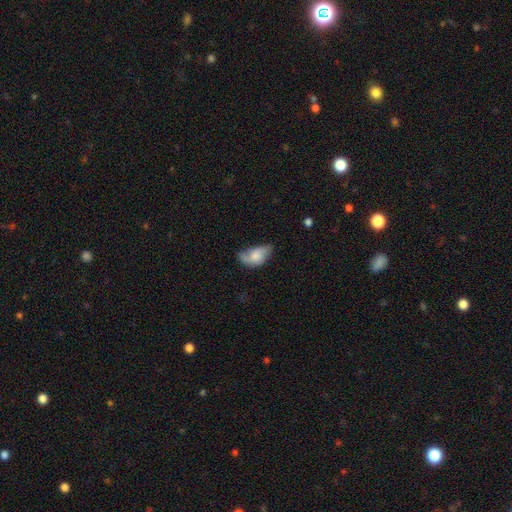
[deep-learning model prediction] Overall: smooth (61%; featured or disk 31%). How rounded: in between (90%). Merging: minor disturbance (39%; none 31%).